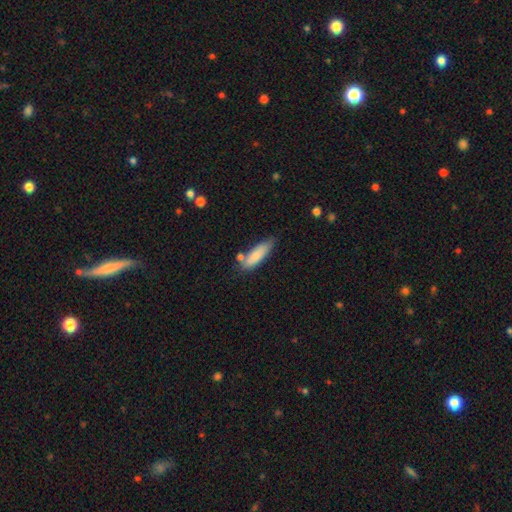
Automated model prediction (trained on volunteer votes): A smooth galaxy with no disk features (80%) that is cigar-shaped (57%).

Vote fractions:
- Smooth or featured? smooth: 80% / featured or disk: 14% / star or artifact: 6%
- How rounded? cigar-shaped: 57% / in between: 41% / round: 2%
- Merging? none: 65% / minor disturbance: 21% / merger: 10% / major disturbance: 4%